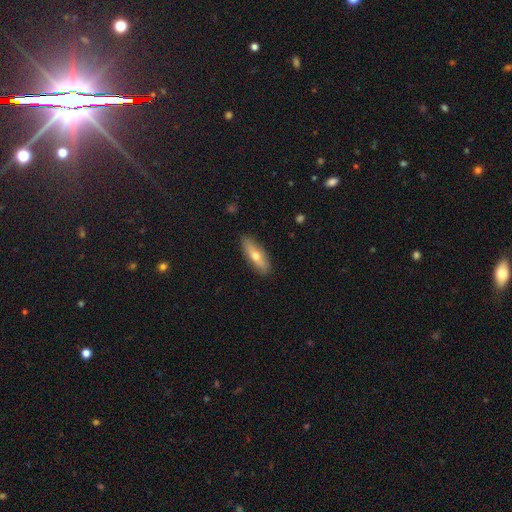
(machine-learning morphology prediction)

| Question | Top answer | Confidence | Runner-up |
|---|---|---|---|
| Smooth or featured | smooth | 59% | featured or disk (35%) |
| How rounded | in between | 53% | cigar-shaped (45%) |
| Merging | none | 86% | minor disturbance (11%) |